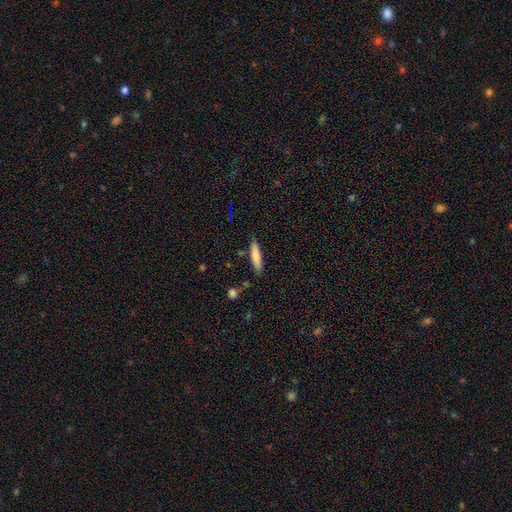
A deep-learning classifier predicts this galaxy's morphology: Q: Smooth or featured?
A: smooth (80%); runner-up: featured or disk (14%)
Q: How rounded?
A: cigar-shaped (78%); runner-up: in between (21%)
Q: Merging?
A: none (82%); runner-up: minor disturbance (12%)